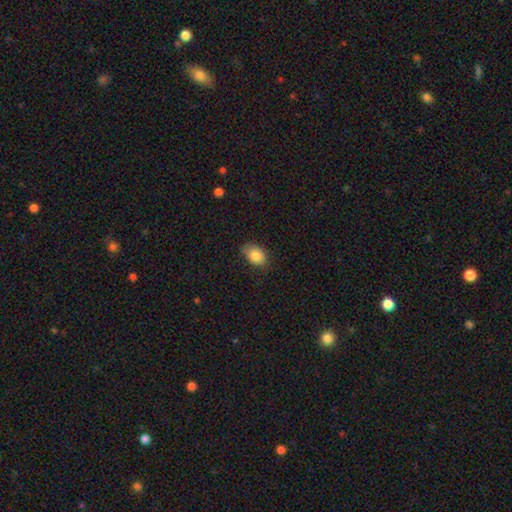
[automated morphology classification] This is clearly a smooth galaxy (84%). How rounded: clearly in between (83%). Merging: likely none (75%).